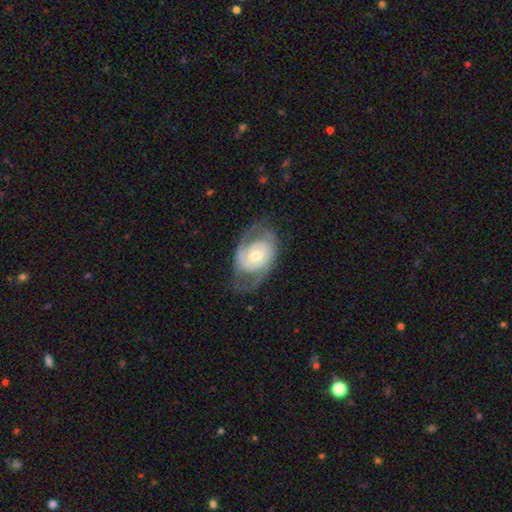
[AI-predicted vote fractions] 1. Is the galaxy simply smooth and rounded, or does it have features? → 81% featured or disk, 14% smooth, 5% star or artifact.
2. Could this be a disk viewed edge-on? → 96% no, 4% yes.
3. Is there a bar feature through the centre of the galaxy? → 62% no, 29% weak, 9% strong.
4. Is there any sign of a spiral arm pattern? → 88% yes, 12% no.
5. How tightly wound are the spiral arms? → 44% tight, 41% medium, 15% loose.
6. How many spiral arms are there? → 72% 2, 15% can't tell, 5% 3, 5% 1, 2% 4, 2% more than 4.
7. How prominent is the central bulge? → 54% moderate, 40% small, 4% large, 1% none, 1% dominant.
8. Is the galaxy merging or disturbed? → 63% none, 20% minor disturbance, 15% major disturbance, 1% merger.